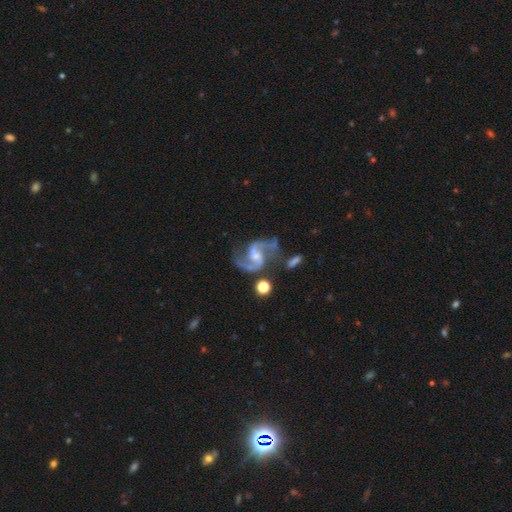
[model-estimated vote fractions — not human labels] smooth-or-featured: featured or disk: 91% | star or artifact: 5% | smooth: 4%
  disk-edge-on: no: 98% | yes: 2%
    bar: weak: 49% | no: 31% | strong: 19%
    has-spiral-arms: yes: 98% | no: 2%
      spiral-winding: medium: 51% | loose: 40% | tight: 8%
      spiral-arm-count: 2: 93% | can't tell: 2% | 3: 2% | 1: 1% | 4: 1% | more than 4: 1%
    bulge-size: small: 44% | moderate: 33% | none: 18% | large: 4% | dominant: 1%
  merging: none: 64% | minor disturbance: 17% | major disturbance: 10% | merger: 9%